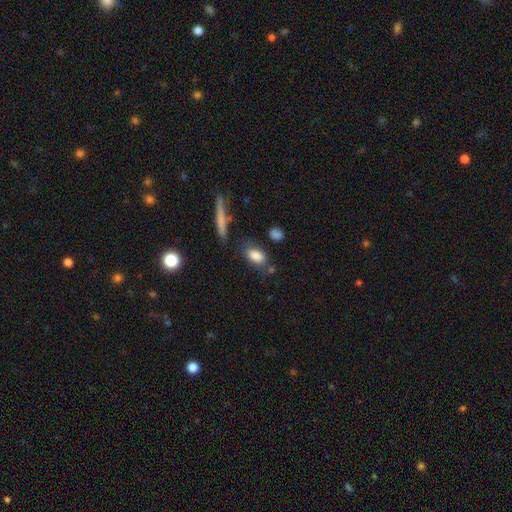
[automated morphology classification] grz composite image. It shows a smooth galaxy with no disk features (84%) that is in between round and cigar-shaped (84%). Merging: none (66%).